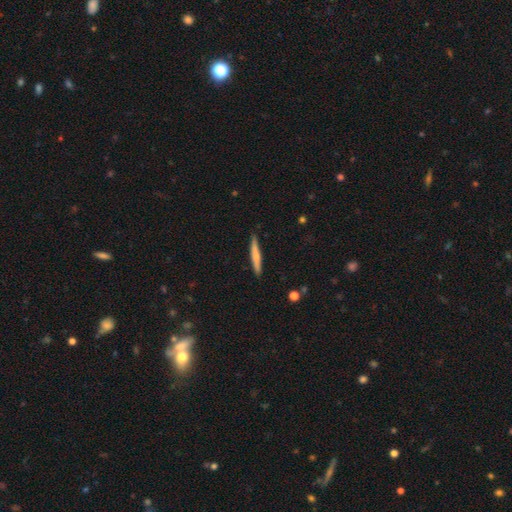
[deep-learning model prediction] Smooth or featured?
  - smooth: 66% *
  - featured or disk: 28%
  - star or artifact: 5%
How rounded?
  - cigar-shaped: 95% *
  - in between: 4%
  - round: 1%
Merging?
  - none: 89% *
  - minor disturbance: 8%
  - major disturbance: 2%
  - merger: 1%